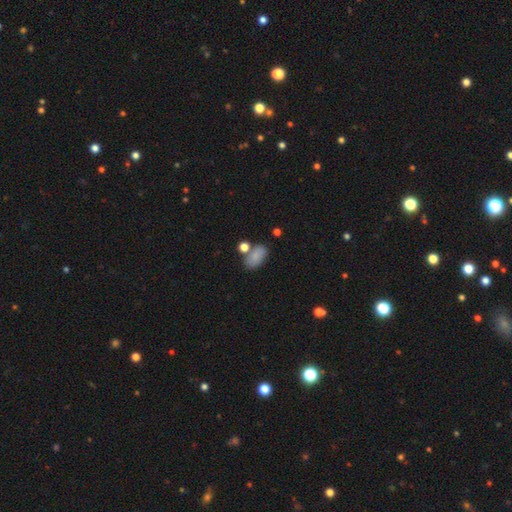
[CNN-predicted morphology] Smooth or featured? Predicted: smooth (p=0.83). How rounded? Predicted: in between (p=0.90). Merging? Predicted: none (p=0.61).